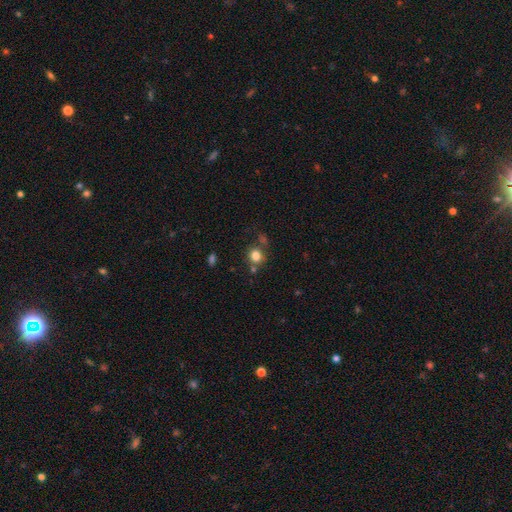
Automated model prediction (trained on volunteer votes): Q: Smooth or featured?
A: smooth (80%); runner-up: star or artifact (12%)
Q: How rounded?
A: round (82%); runner-up: in between (17%)
Q: Merging?
A: none (68%); runner-up: minor disturbance (13%)